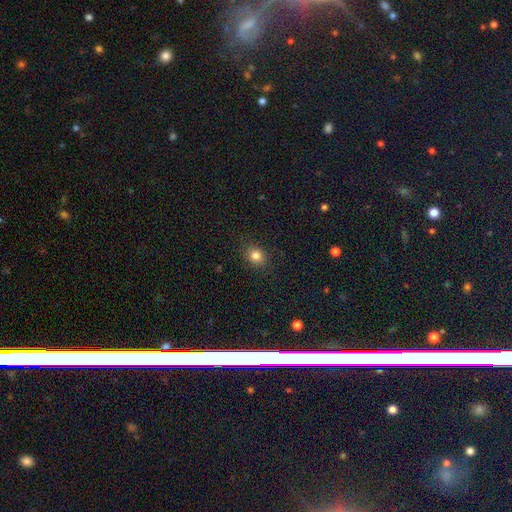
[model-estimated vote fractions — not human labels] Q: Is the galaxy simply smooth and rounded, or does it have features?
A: smooth — 82%.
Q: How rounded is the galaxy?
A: round — 61%.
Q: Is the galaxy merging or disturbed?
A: none — 87%.